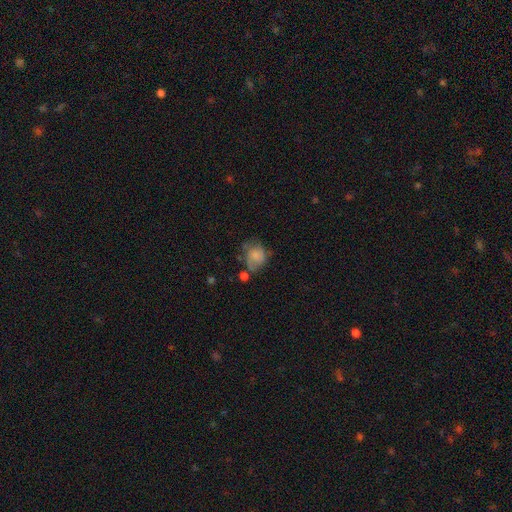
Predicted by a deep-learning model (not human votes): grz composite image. It shows a smooth galaxy with no disk features (63%) that is round (58%). Merging: none (37%).